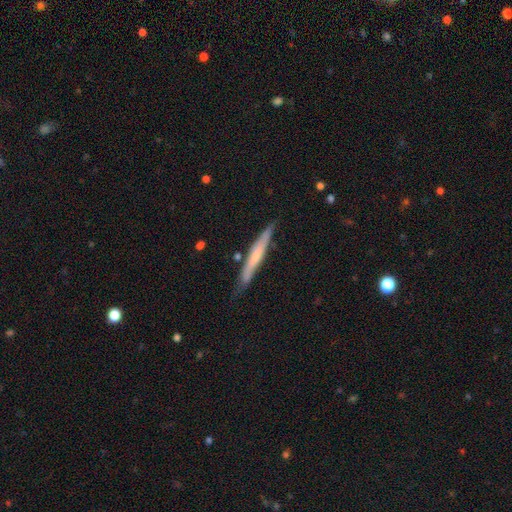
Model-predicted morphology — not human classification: This appears to be a smooth galaxy with no disk features (49%). Merging: none (78%).